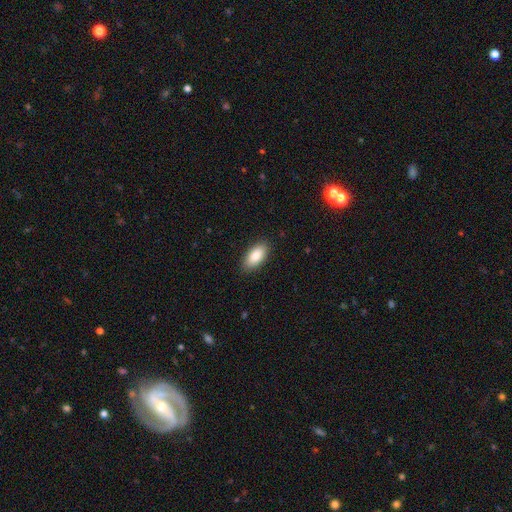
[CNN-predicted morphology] smooth_or_featured: smooth (p=0.87) [alt: featured or disk p=0.07]
how_rounded: in between (p=0.91) [alt: cigar-shaped p=0.06]
merging: none (p=0.88) [alt: minor disturbance p=0.09]